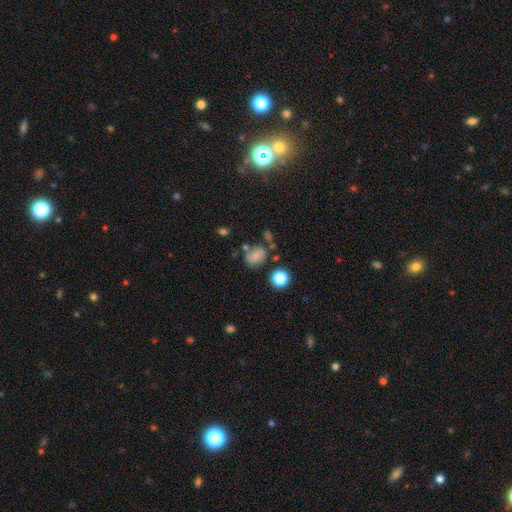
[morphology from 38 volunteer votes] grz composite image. It shows a smooth galaxy with no disk features (79%) that is round (50%, tied with in between). Merging: none (49%).